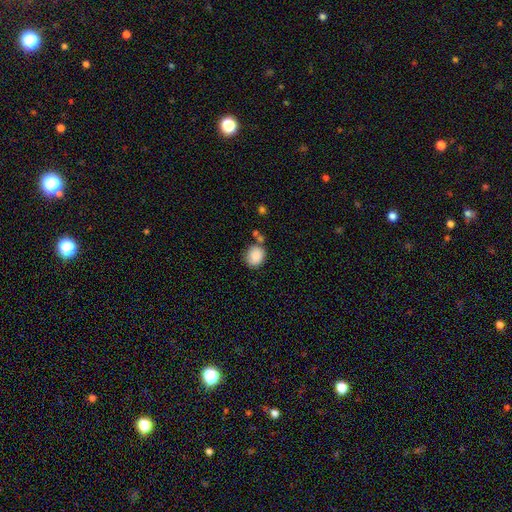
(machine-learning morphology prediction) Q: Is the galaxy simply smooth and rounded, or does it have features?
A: smooth — 88%.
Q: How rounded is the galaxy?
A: round — 62%.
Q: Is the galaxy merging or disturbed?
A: none — 67%.